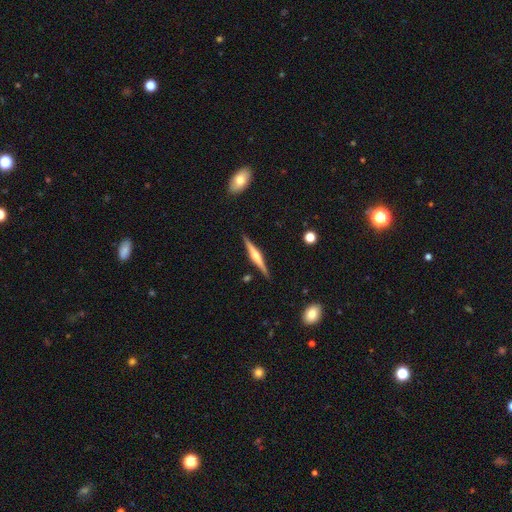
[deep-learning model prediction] This appears to be a featured or disk galaxy (73%) viewed edge-on (98%) with a rounded central bulge (78%). Merging: none (90%).